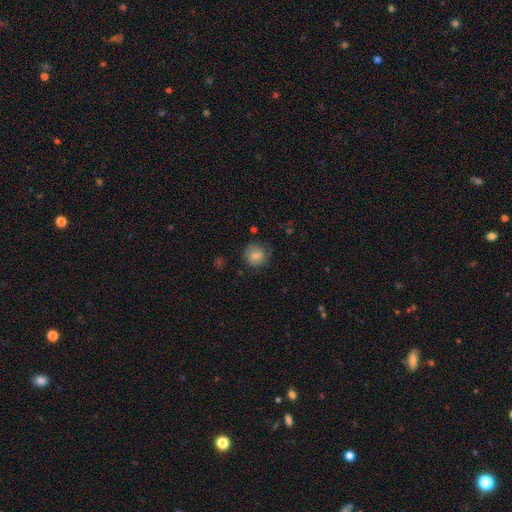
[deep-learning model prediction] Q: Smooth or featured?
A: smooth (76%); runner-up: featured or disk (16%)
Q: How rounded?
A: round (84%); runner-up: in between (15%)
Q: Merging?
A: none (67%); runner-up: minor disturbance (23%)